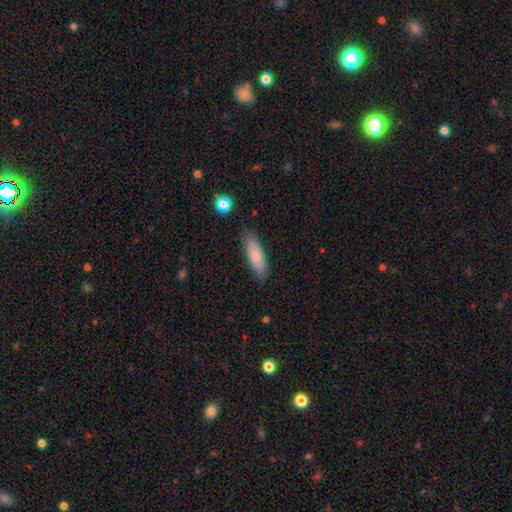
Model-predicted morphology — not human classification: The model was most divided on "how rounded" (2-way tie): in between: 49%, cigar-shaped: 49%, round: 2%. More confident: merging — none (84%); smooth or featured — smooth (81%).